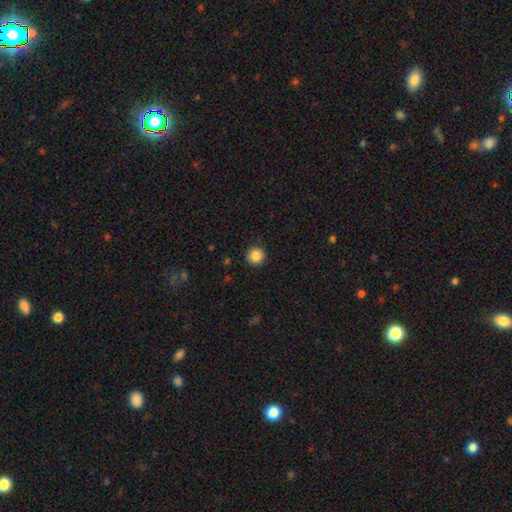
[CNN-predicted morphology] smooth 86%, star or artifact 10%, featured or disk 4%. Down the decision tree: how rounded — round (95%); merging — none (92%).